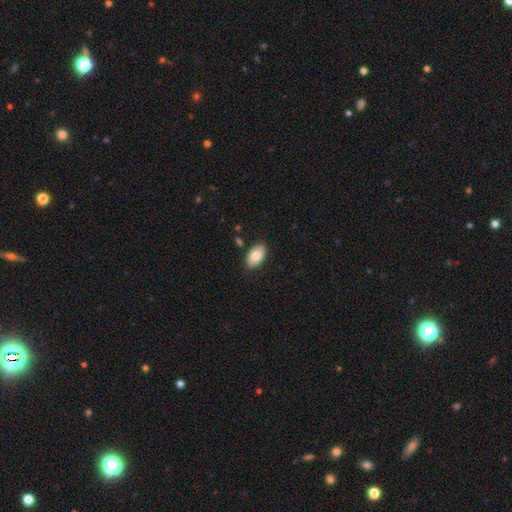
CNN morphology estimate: A smooth galaxy with no disk features (78%) that is in between round and cigar-shaped (93%). Merging: none (85%).